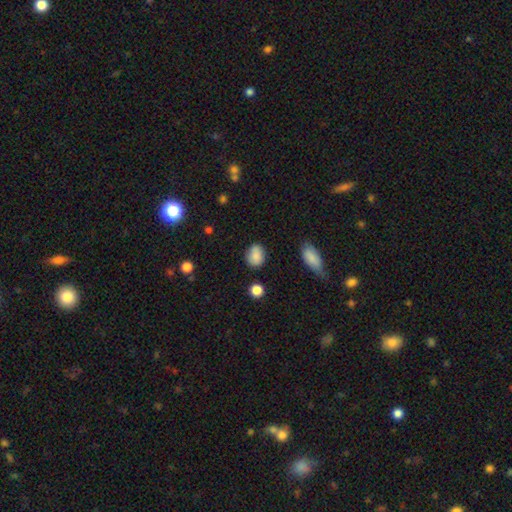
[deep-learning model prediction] smooth 85%, star or artifact 8%, featured or disk 7%. Down the decision tree: how rounded — in between (59%); merging — none (79%).